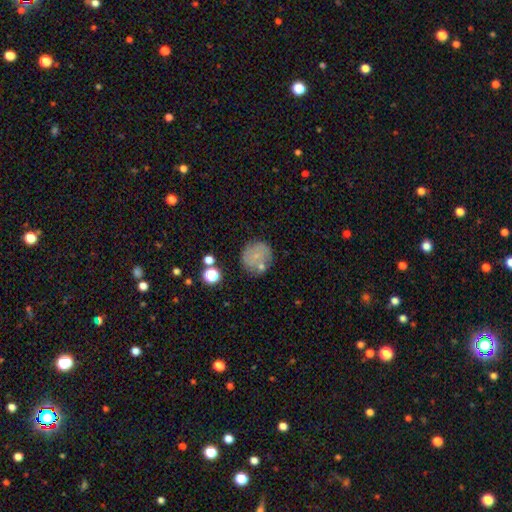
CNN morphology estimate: Smooth or featured? Predicted: smooth (p=0.59). How rounded? Predicted: round (p=0.89). Merging? Predicted: none (p=0.67).